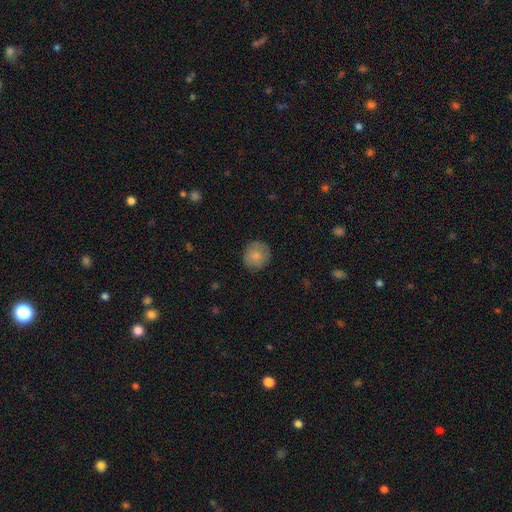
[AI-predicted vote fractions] smooth_or_featured: smooth (p=0.83) [alt: featured or disk p=0.10]
how_rounded: round (p=0.91) [alt: in between p=0.08]
merging: none (p=0.85) [alt: minor disturbance p=0.11]